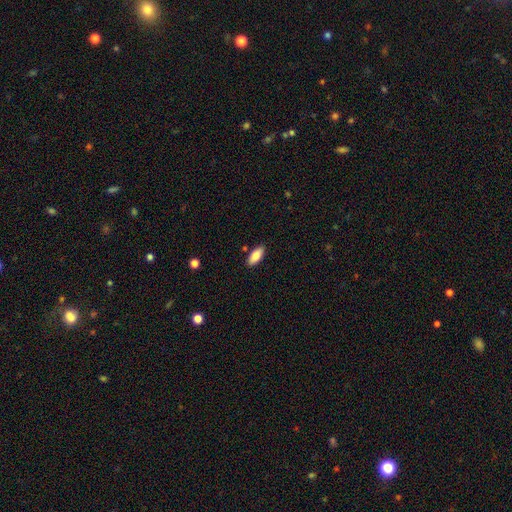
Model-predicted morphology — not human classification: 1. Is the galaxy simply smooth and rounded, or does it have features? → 84% smooth, 10% featured or disk, 6% star or artifact.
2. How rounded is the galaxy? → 81% in between, 17% cigar-shaped, 2% round.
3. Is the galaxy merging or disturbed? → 88% none, 9% minor disturbance, 2% major disturbance, 2% merger.